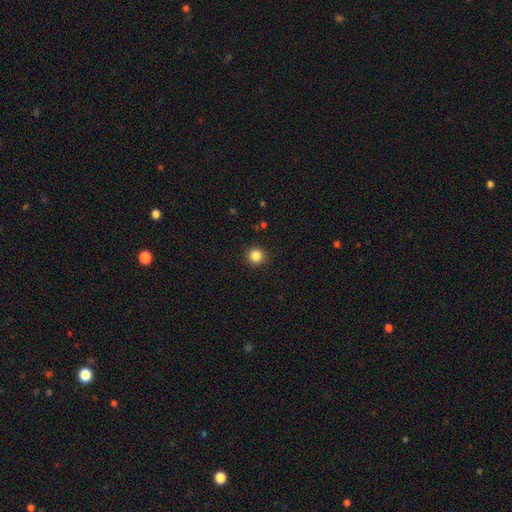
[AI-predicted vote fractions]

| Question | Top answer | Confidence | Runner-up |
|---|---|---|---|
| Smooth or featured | smooth | 84% | star or artifact (12%) |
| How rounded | round | 94% | in between (5%) |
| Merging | none | 92% | minor disturbance (6%) |